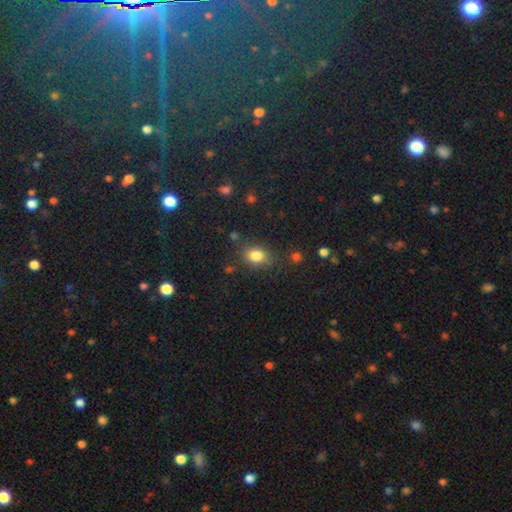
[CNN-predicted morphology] This appears to be a smooth galaxy with no disk features (82%) that is in between round and cigar-shaped (62%). Merging: none (75%).